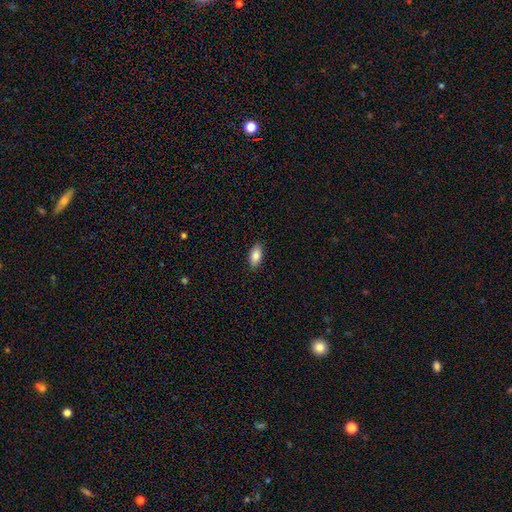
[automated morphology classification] The model was most divided on "smooth or featured": smooth: 85%, featured or disk: 8%, star or artifact: 7%. More confident: how rounded — in between (89%); merging — none (88%).